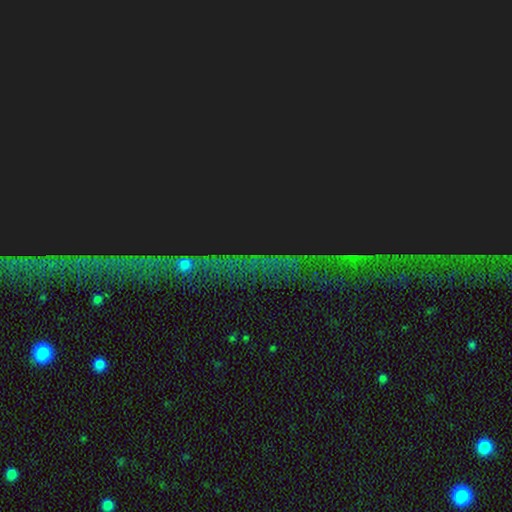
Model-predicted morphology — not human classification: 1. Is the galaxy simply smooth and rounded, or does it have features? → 80% star or artifact, 10% smooth, 10% featured or disk.